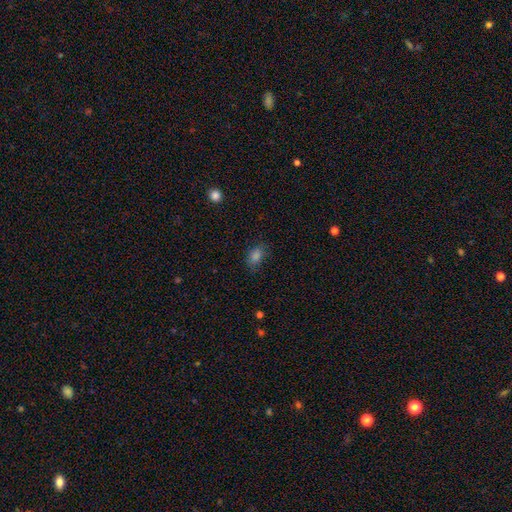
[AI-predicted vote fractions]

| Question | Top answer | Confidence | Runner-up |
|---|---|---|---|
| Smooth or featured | smooth | 79% | star or artifact (15%) |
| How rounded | in between | 76% | round (22%) |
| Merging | none | 78% | minor disturbance (16%) |